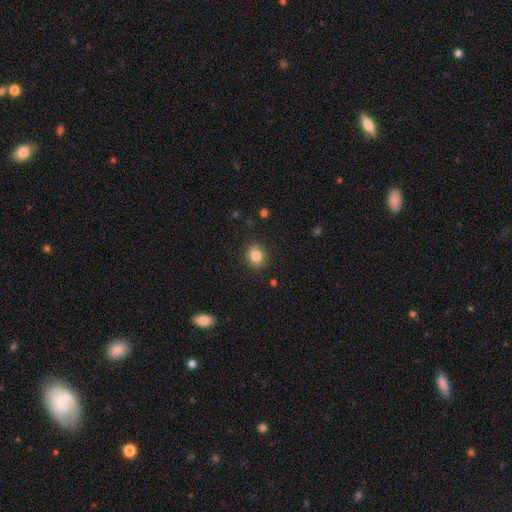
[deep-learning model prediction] Smooth or featured? smooth (85%)
How rounded? round (66%)
Merging? none (89%)